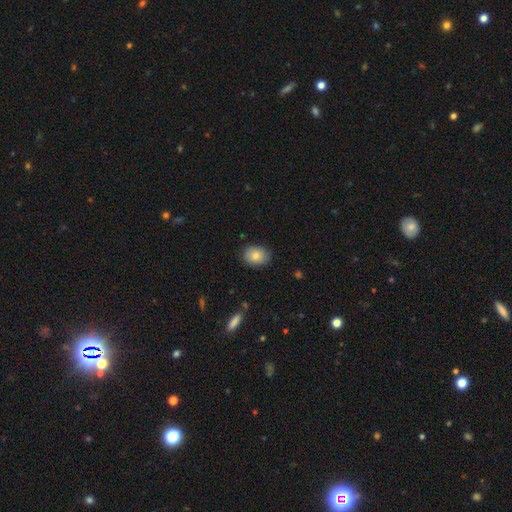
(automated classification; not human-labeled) A smooth galaxy with no disk features (80%) that is in between round and cigar-shaped (65%). Merging: none (84%).